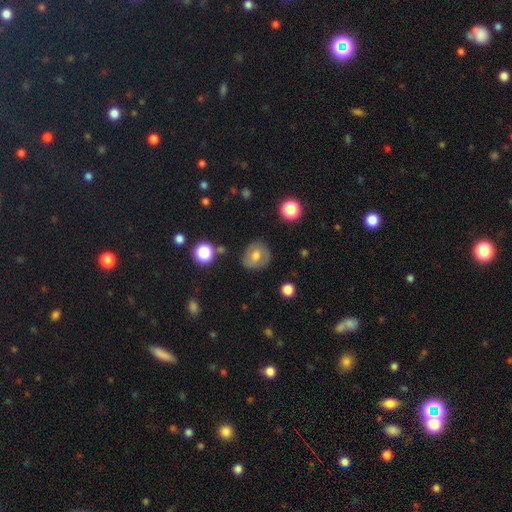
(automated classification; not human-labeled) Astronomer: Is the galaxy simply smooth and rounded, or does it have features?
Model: smooth — 58%.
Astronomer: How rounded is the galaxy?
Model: round — 70%.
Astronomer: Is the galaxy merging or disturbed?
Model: none — 77%.